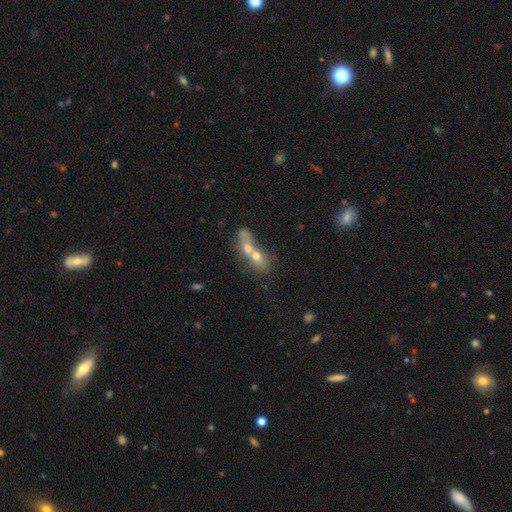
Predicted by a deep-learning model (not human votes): smooth 51%, featured or disk 31%, star or artifact 18%. Down the decision tree: how rounded — in between (47%); merging — merger (66%).